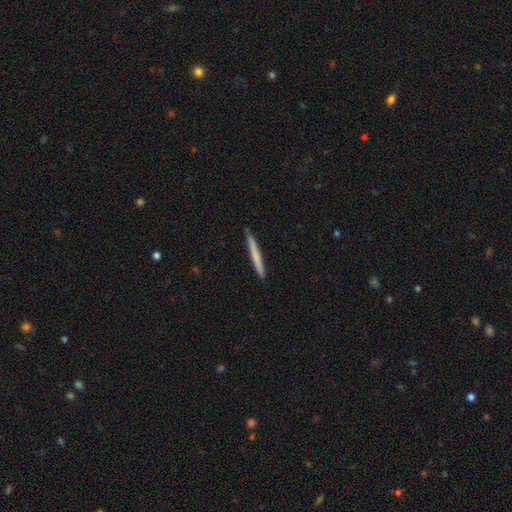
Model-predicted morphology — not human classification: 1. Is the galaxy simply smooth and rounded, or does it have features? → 62% smooth, 32% featured or disk, 5% star or artifact.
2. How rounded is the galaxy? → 97% cigar-shaped, 2% in between, 1% round.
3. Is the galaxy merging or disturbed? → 91% none, 6% minor disturbance, 1% major disturbance, 1% merger.